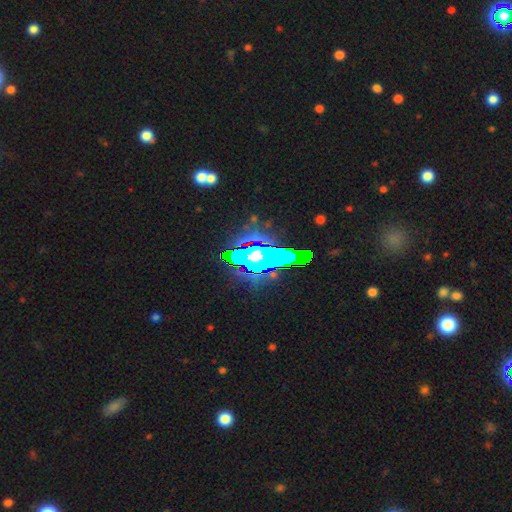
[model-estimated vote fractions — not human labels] Smooth or featured? star or artifact (39%, tied with featured or disk)